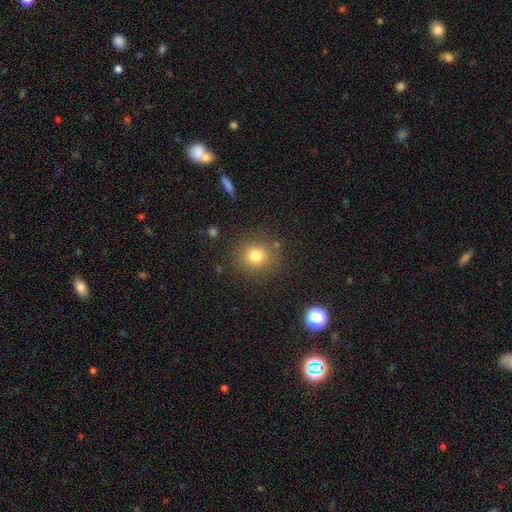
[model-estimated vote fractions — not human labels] Smooth or featured: smooth — 79% (star or artifact — 13%)
How rounded: round — 91% (in between — 8%)
Merging: none — 86% (minor disturbance — 8%)